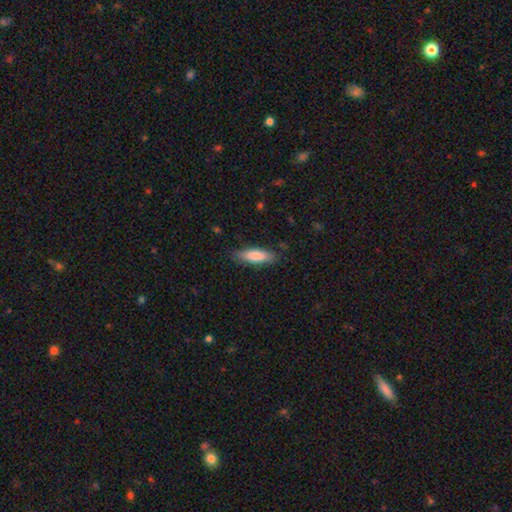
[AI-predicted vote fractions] Q: Smooth or featured?
A: smooth (82%); runner-up: featured or disk (13%)
Q: How rounded?
A: cigar-shaped (51%); runner-up: in between (48%)
Q: Merging?
A: none (83%); runner-up: minor disturbance (13%)